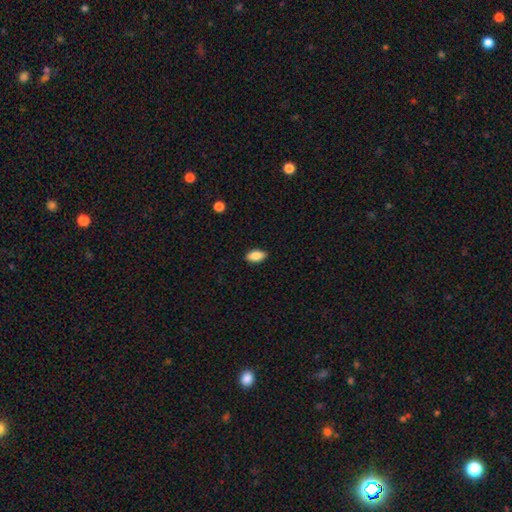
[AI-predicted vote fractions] This is clearly a smooth galaxy (86%). How rounded: clearly in between (91%). Merging: clearly none (89%).